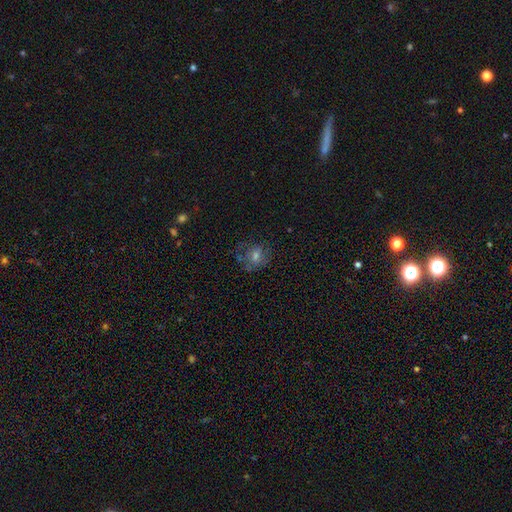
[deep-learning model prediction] A featured or disk galaxy (40%).

Vote fractions:
- Smooth or featured? featured or disk: 40% / smooth: 37% / star or artifact: 23%
- Merging? none: 64% / minor disturbance: 19% / major disturbance: 15% / merger: 2%